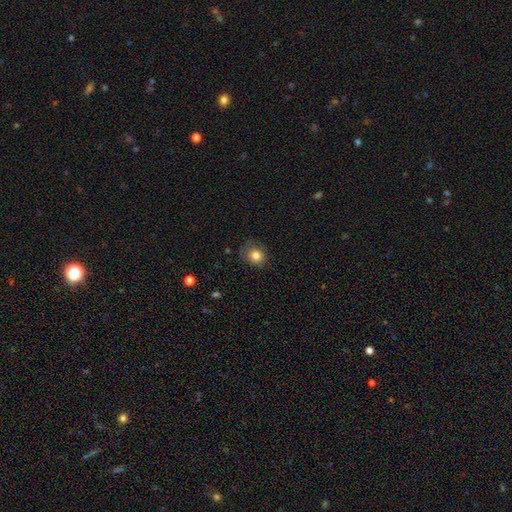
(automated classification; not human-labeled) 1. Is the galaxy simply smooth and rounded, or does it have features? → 81% smooth, 10% star or artifact, 9% featured or disk.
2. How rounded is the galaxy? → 78% round, 21% in between, 1% cigar-shaped.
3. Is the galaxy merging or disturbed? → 65% none, 24% minor disturbance, 10% major disturbance, 1% merger.